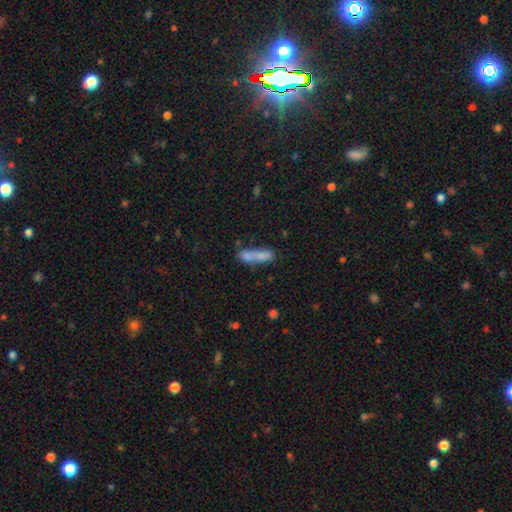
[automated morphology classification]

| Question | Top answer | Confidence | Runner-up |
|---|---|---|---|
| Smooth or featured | smooth | 72% | featured or disk (18%) |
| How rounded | cigar-shaped | 66% | in between (31%) |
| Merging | none | 41% | merger (34%) |